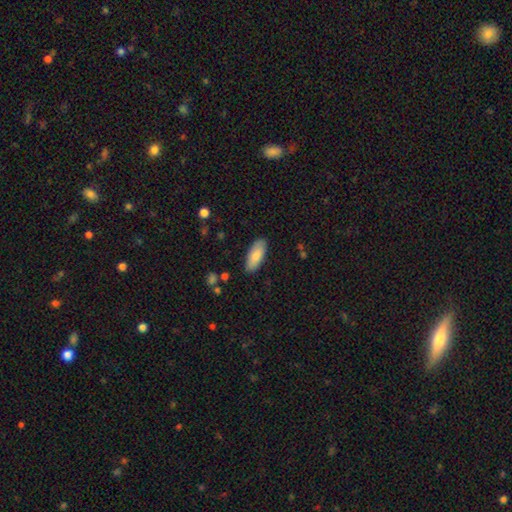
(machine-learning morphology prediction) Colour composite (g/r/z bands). It shows a smooth galaxy with no disk features (82%) that is in between round and cigar-shaped (83%). Merging: none (87%).